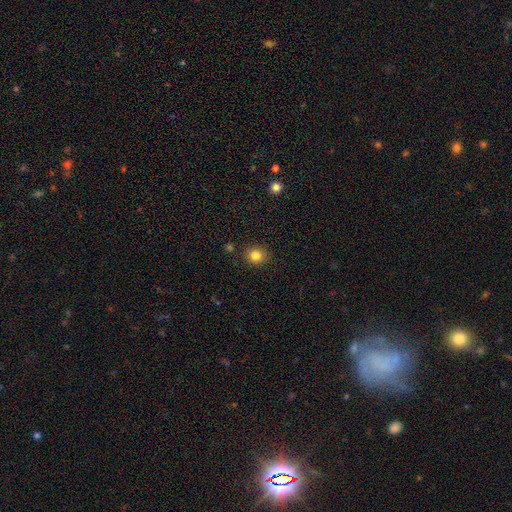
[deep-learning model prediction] Smooth or featured: smooth — 83% (star or artifact — 12%)
How rounded: round — 82% (in between — 17%)
Merging: none — 88% (minor disturbance — 8%)